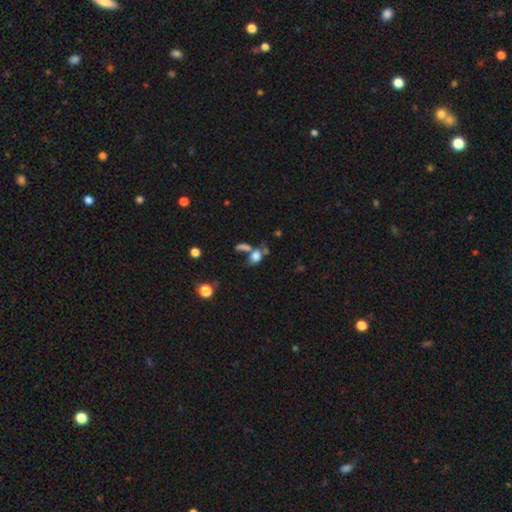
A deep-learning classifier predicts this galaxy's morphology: Smooth or featured? smooth (69%)
How rounded? in between (71%)
Merging? merger (44%)